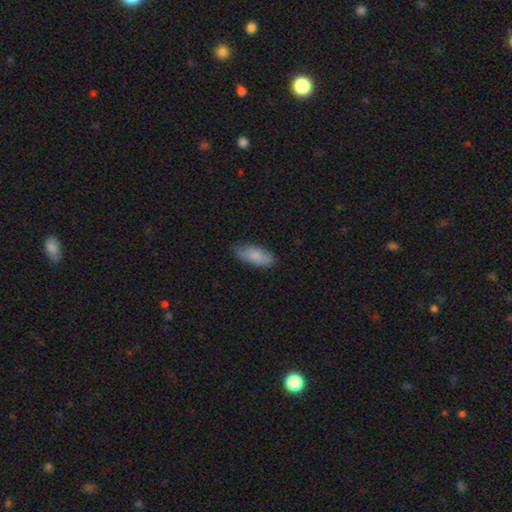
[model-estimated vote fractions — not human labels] The model was most divided on "merging": none: 75%, minor disturbance: 21%, major disturbance: 3%, merger: 1%. More confident: smooth or featured — smooth (83%); how rounded — in between (81%).